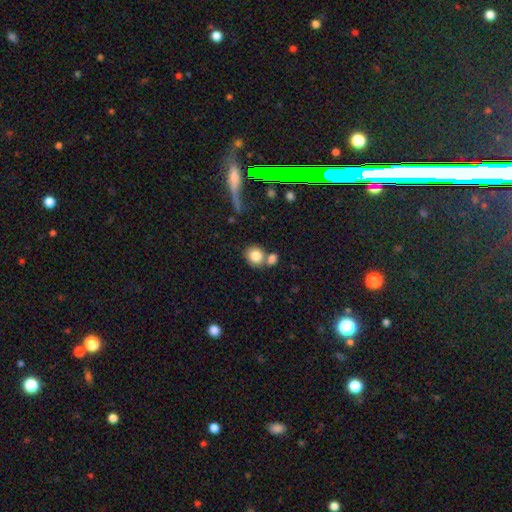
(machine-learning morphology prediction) Smooth or featured?
  - smooth: 81% *
  - star or artifact: 10%
  - featured or disk: 9%
How rounded?
  - round: 76% *
  - in between: 23%
  - cigar-shaped: 1%
Merging?
  - none: 55% *
  - merger: 32%
  - minor disturbance: 9%
  - major disturbance: 4%